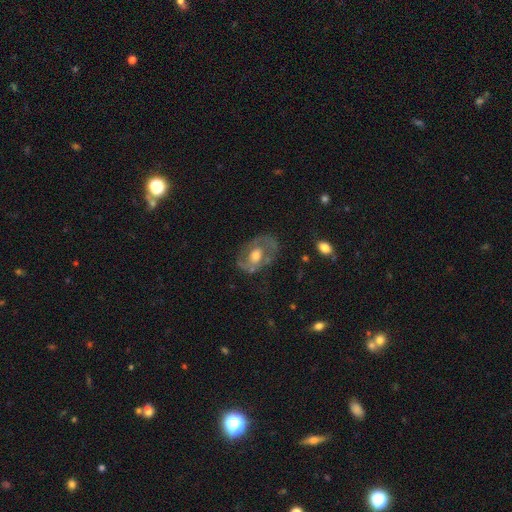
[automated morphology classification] smooth_or_featured: featured or disk (p=0.65) [alt: smooth p=0.28]
disk_edge_on: no (p=0.95) [alt: yes p=0.05]
bar: no (p=0.68) [alt: weak p=0.25]
has_spiral_arms: yes (p=0.53) [alt: no p=0.47]
bulge_size: moderate (p=0.66) [alt: large p=0.22]
merging: none (p=0.63) [alt: minor disturbance p=0.21]